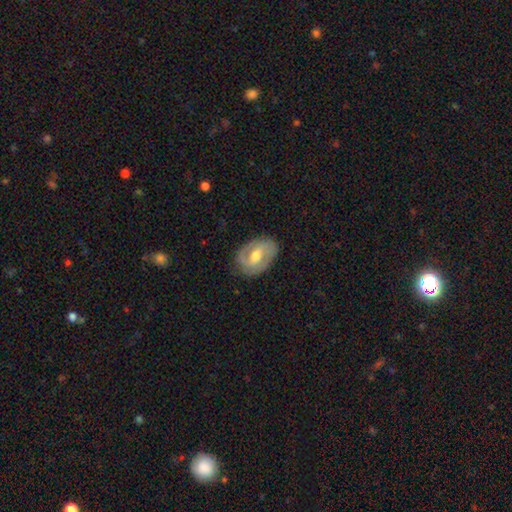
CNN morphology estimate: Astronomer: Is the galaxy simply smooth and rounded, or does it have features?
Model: featured or disk — 72%.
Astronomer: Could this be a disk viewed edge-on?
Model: no — 96%.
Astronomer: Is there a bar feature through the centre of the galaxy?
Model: weak — 49% (runner-up: no, 26%).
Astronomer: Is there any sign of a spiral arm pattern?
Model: yes — 82%.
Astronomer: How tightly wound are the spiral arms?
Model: medium — 46% (runner-up: tight, 36%).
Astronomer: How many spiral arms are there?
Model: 2 — 80%.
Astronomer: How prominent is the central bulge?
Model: moderate — 72%.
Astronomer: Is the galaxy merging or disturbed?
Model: none — 78%.